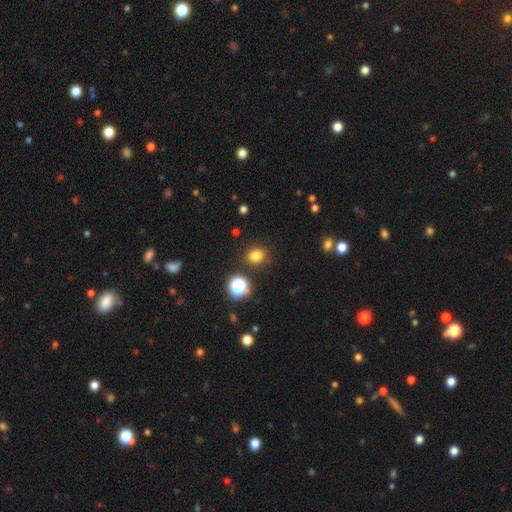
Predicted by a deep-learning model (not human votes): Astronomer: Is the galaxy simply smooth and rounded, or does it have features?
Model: smooth — 79%.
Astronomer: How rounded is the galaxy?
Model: round — 68%.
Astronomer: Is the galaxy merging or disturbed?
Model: none — 87%.